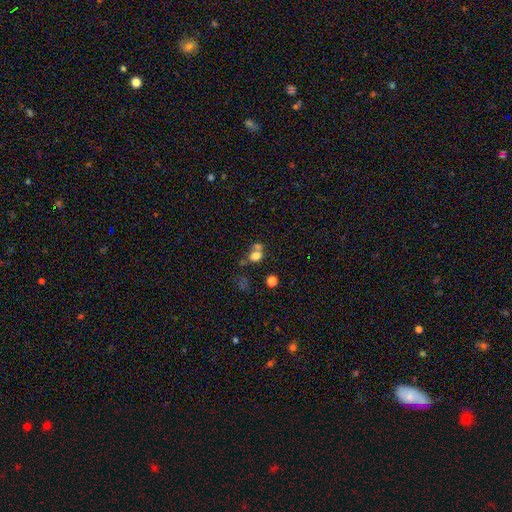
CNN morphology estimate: smooth_or_featured: smooth (p=0.72) [alt: star or artifact p=0.15]
how_rounded: round (p=0.58) [alt: in between p=0.41]
merging: merger (p=0.43) [alt: none p=0.37]